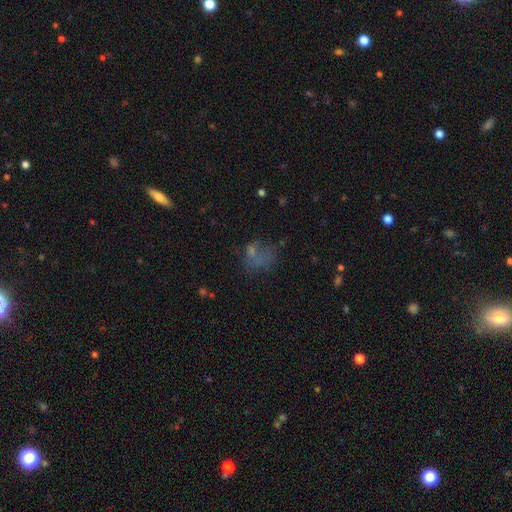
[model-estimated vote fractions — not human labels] Smooth or featured?
  - smooth: 50% *
  - featured or disk: 27%
  - star or artifact: 23%
How rounded?
  - in between: 56% *
  - round: 42%
  - cigar-shaped: 2%
Merging?
  - none: 35% *
  - major disturbance: 34%
  - minor disturbance: 19%
  - merger: 12%